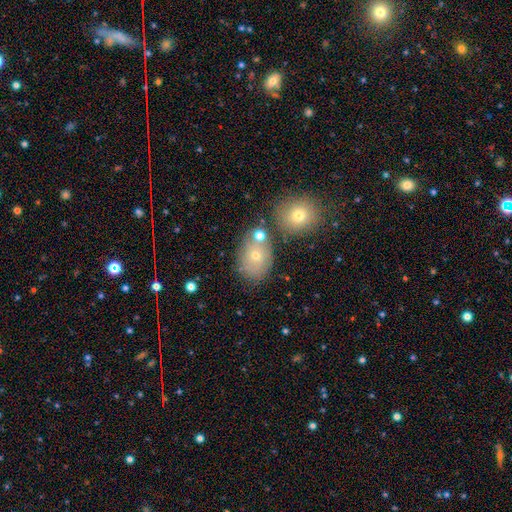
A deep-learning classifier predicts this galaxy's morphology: This appears to be a smooth galaxy with no disk features (60%) that is in between round and cigar-shaped (62%). Merging: none (64%).